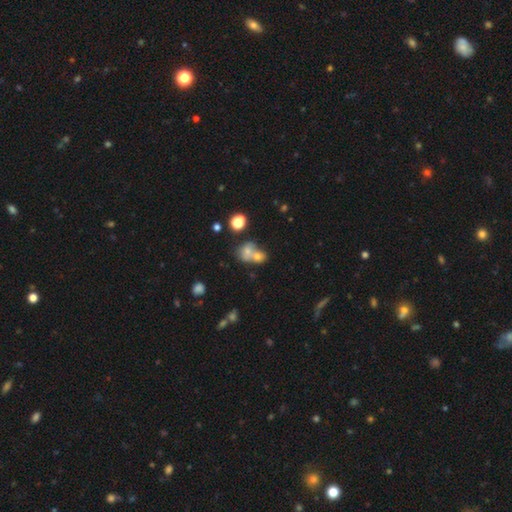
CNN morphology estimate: A smooth galaxy with no disk features (61%) that is round (60%). Merging: merger (58%).